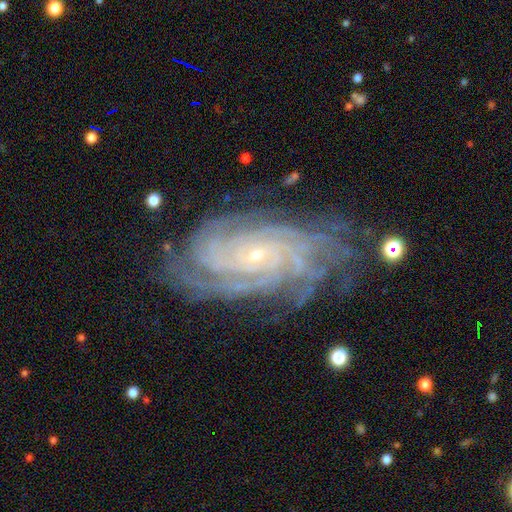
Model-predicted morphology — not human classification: smooth-or-featured: featured or disk: 90% | star or artifact: 6% | smooth: 4%
  disk-edge-on: no: 96% | yes: 4%
    bar: no: 72% | weak: 20% | strong: 8%
    has-spiral-arms: yes: 98% | no: 2%
      spiral-winding: tight: 79% | medium: 18% | loose: 3%
      spiral-arm-count: 4: 29% | more than 4: 24% | can't tell: 17% | 3: 13% | 2: 10% | 1: 8%
    bulge-size: small: 87% | moderate: 9% | none: 2% | large: 1% | dominant: 1%
  merging: none: 74% | minor disturbance: 18% | major disturbance: 6% | merger: 2%